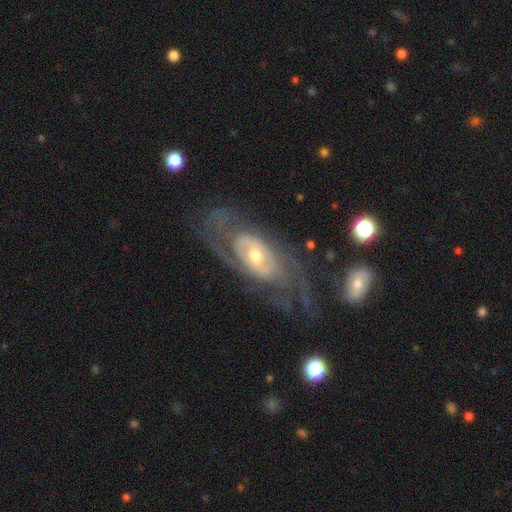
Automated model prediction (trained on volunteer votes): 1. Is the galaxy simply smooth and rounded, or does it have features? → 86% featured or disk, 9% smooth, 6% star or artifact.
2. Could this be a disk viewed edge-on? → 93% no, 7% yes.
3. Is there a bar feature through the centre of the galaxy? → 61% no, 28% weak, 11% strong.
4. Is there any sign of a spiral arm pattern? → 85% yes, 15% no.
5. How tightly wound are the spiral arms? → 51% tight, 35% medium, 14% loose.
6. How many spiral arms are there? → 41% 2, 33% can't tell, 11% 3, 5% 1, 5% 4, 4% more than 4.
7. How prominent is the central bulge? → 59% moderate, 33% small, 6% large, 1% dominant, 1% none.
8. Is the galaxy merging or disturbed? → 62% none, 19% major disturbance, 16% minor disturbance, 3% merger.